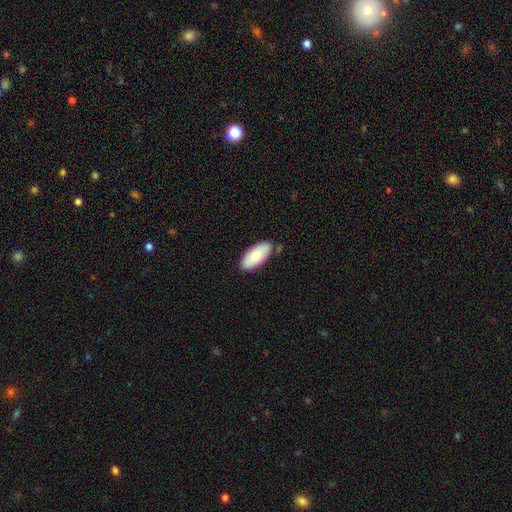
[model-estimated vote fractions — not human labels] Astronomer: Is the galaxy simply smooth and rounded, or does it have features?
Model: smooth — 85%.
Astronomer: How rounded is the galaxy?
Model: in between — 90%.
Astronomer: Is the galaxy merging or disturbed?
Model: none — 80%.